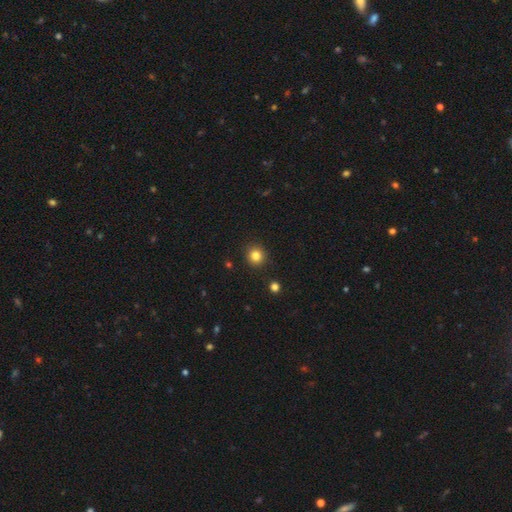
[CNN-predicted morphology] Smooth or featured: smooth — 83% (star or artifact — 13%)
How rounded: round — 93% (in between — 7%)
Merging: none — 91% (minor disturbance — 5%)